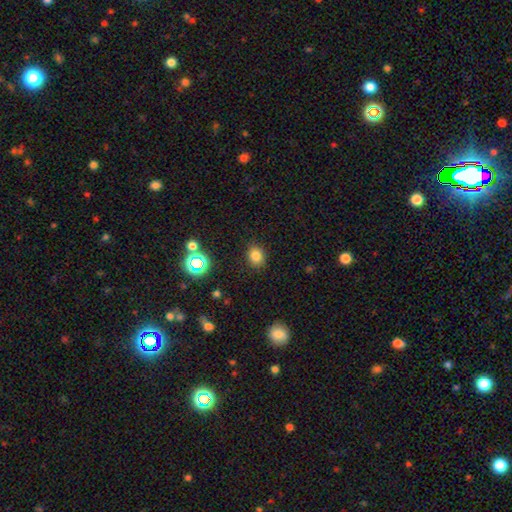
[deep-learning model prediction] smooth-or-featured: smooth: 79% | star or artifact: 16% | featured or disk: 5%
  how-rounded: round: 61% | in between: 38% | cigar-shaped: 1%
  merging: none: 85% | minor disturbance: 10% | major disturbance: 3% | merger: 2%